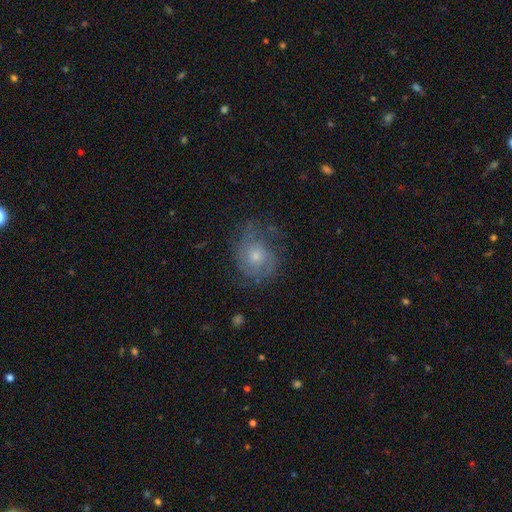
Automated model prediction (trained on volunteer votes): This appears to be a featured or disk galaxy (69%) with no bar (80%), 2 (45%) tight (48%) spiral arms (88%) and a moderate central bulge (47%). Merging: none (66%).